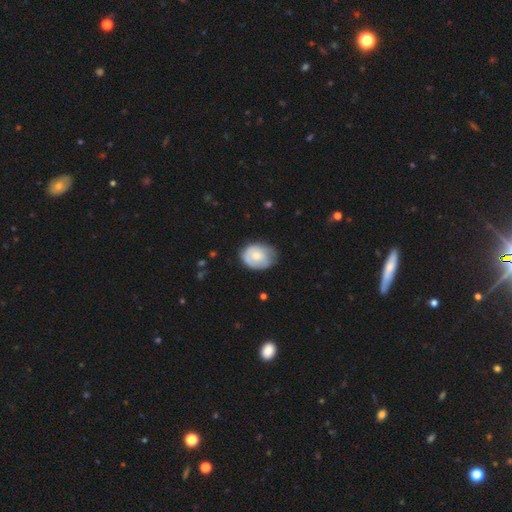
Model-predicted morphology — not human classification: smooth 62%, featured or disk 32%, star or artifact 6%. Down the decision tree: how rounded — in between (54%); merging — none (59%).